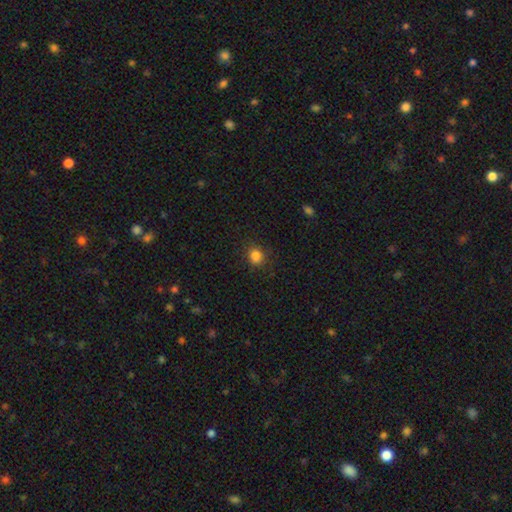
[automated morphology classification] Smooth or featured? smooth (84%)
How rounded? round (74%)
Merging? none (84%)